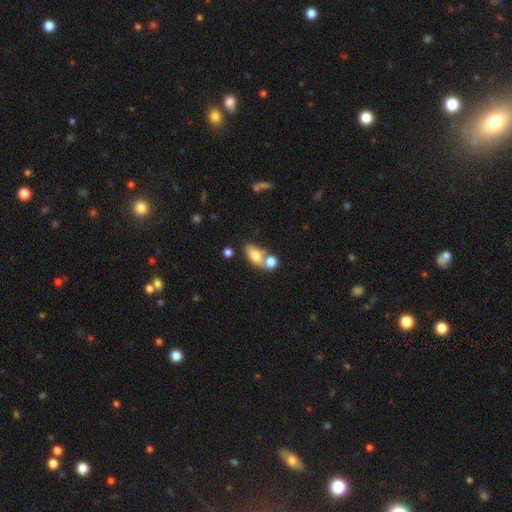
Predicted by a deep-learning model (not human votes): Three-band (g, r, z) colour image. It shows a smooth galaxy with no disk features (75%) that is in between round and cigar-shaped (79%). Merging: none (45%).